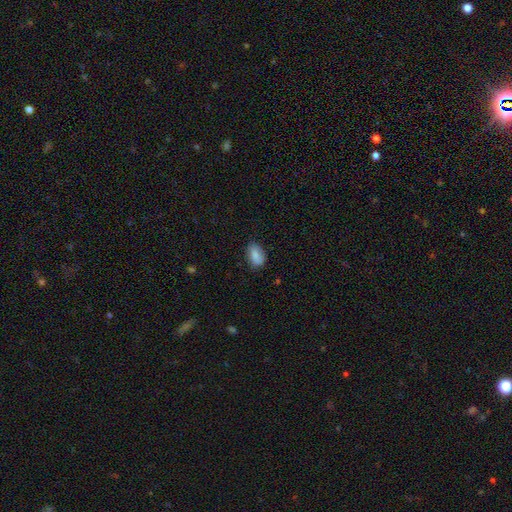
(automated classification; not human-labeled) This is clearly a smooth galaxy (84%). How rounded: clearly in between (88%). Merging: likely none (76%).